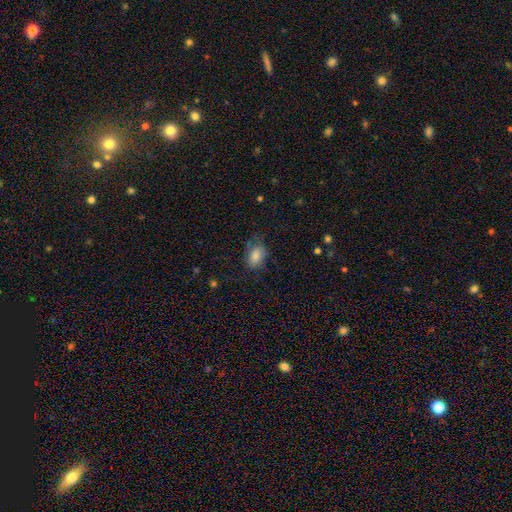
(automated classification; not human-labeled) smooth 80%, featured or disk 12%, star or artifact 8%. Down the decision tree: how rounded — in between (86%); merging — none (61%).